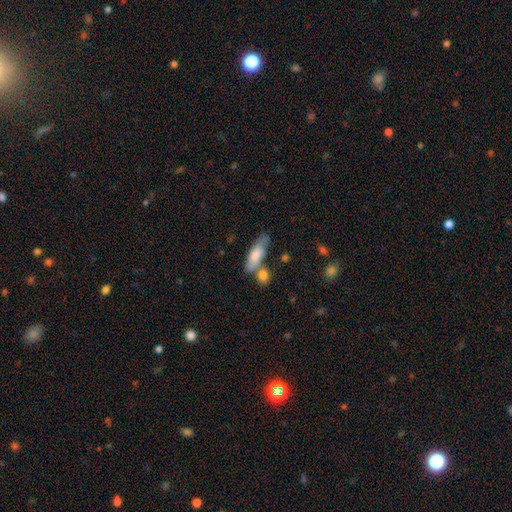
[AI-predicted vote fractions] Smooth or featured? smooth (72%)
How rounded? in between (55%)
Merging? none (54%)